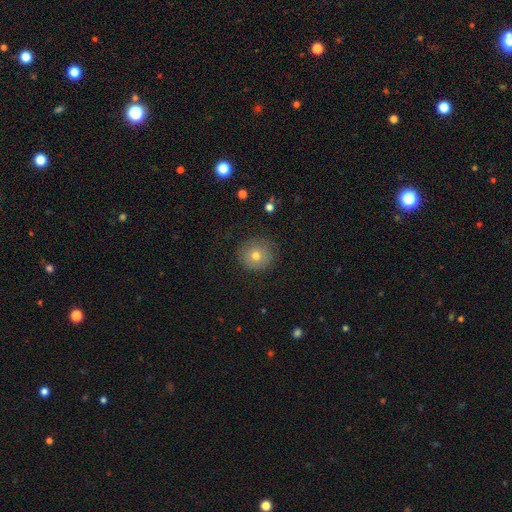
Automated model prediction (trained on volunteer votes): Morphology: type=smooth (72%); roundness=round (92%); merging=none (83%).